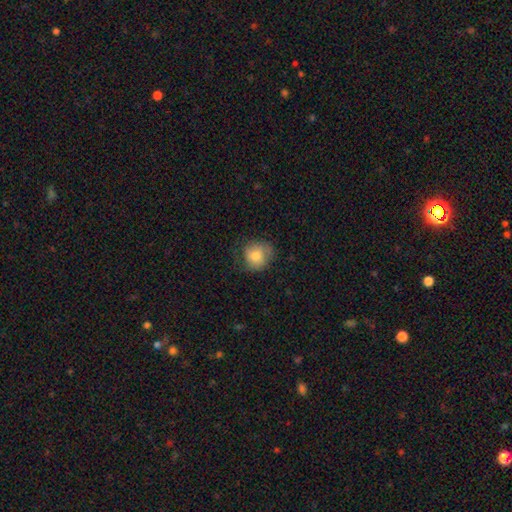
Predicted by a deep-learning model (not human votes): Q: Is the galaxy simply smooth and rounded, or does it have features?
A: smooth — 77%.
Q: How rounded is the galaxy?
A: round — 81%.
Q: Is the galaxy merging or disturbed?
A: none — 67%.